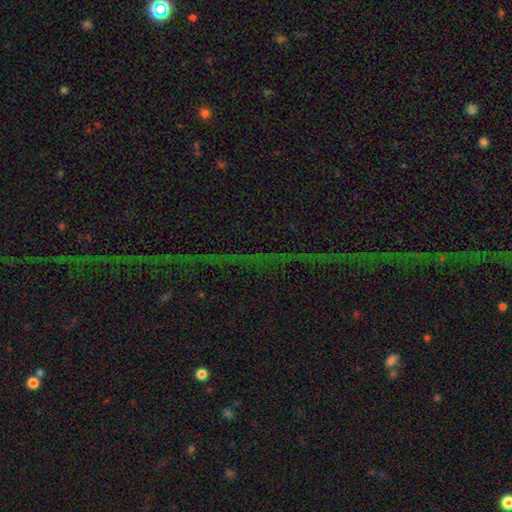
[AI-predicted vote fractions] This is likely a star or artifact rather than a galaxy (78%).